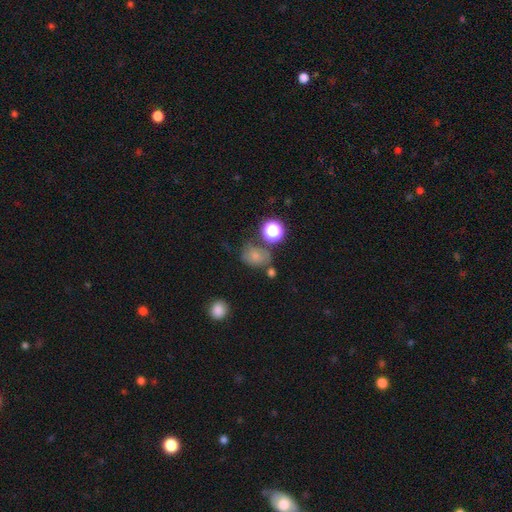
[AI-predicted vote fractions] This appears to be a smooth galaxy with no disk features (66%) that is in between round and cigar-shaped (56%). Merging: none (55%).